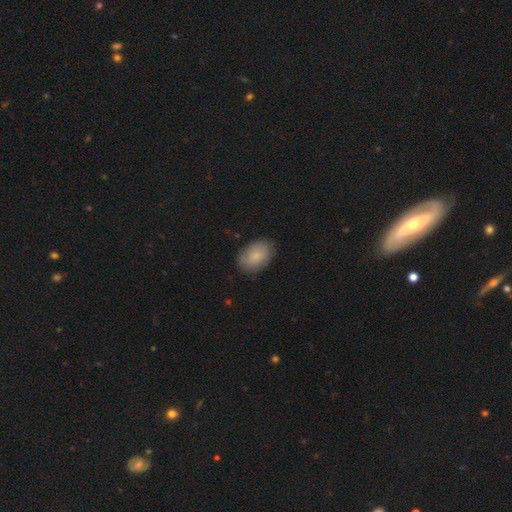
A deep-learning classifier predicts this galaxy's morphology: type=smooth (84%); roundness=in between (88%); merging=none (84%).